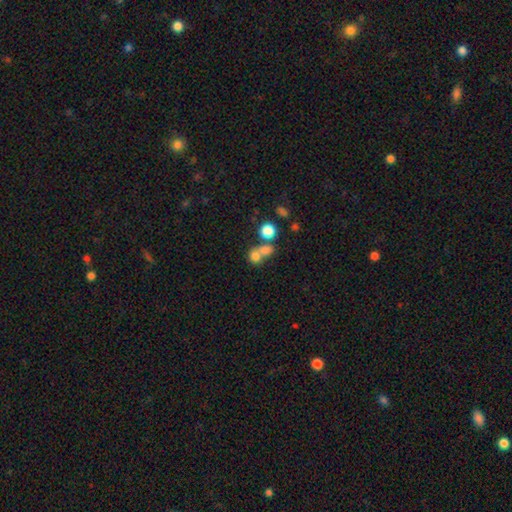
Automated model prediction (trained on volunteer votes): Smooth or featured?
  - smooth: 75% *
  - star or artifact: 14%
  - featured or disk: 12%
How rounded?
  - round: 73% *
  - in between: 26%
  - cigar-shaped: 1%
Merging?
  - merger: 54% *
  - none: 34%
  - minor disturbance: 7%
  - major disturbance: 5%